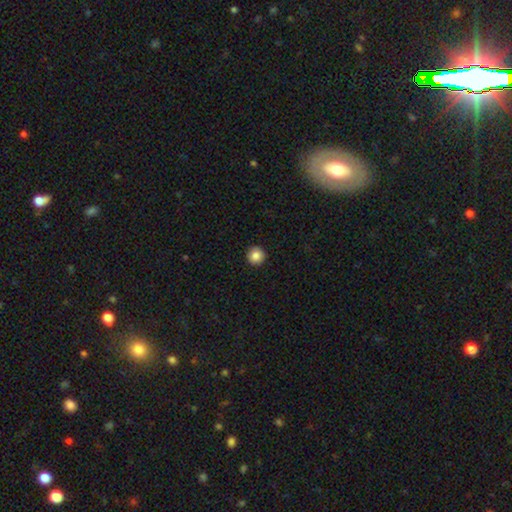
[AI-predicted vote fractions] A smooth galaxy with no disk features (86%) that is round (96%).

Vote fractions:
- Smooth or featured? smooth: 86% / star or artifact: 9% / featured or disk: 5%
- How rounded? round: 96% / in between: 3% / cigar-shaped: 1%
- Merging? none: 94% / minor disturbance: 4% / major disturbance: 1% / merger: 1%